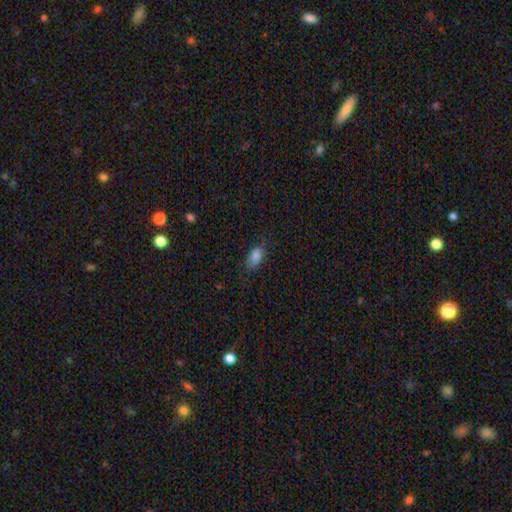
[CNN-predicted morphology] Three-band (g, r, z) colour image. It shows a smooth galaxy with no disk features (85%) that is in between round and cigar-shaped (89%). Merging: none (78%).